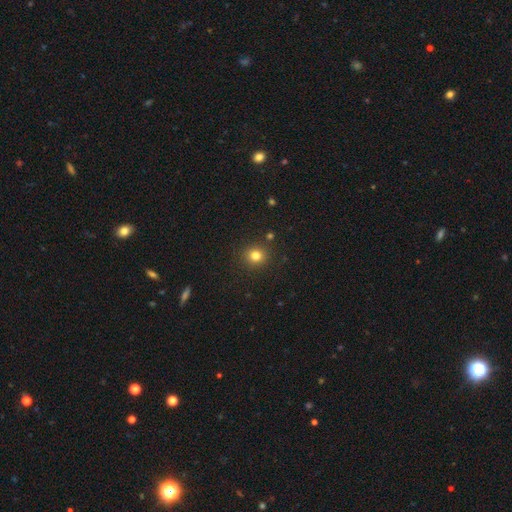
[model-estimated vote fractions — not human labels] smooth_or_featured: smooth (p=0.80) [alt: star or artifact p=0.14]
how_rounded: round (p=0.87) [alt: in between p=0.12]
merging: none (p=0.88) [alt: minor disturbance p=0.07]